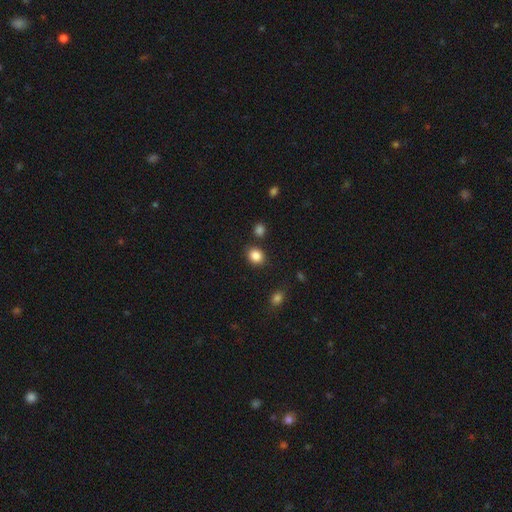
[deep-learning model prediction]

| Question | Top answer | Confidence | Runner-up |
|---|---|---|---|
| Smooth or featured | smooth | 86% | star or artifact (10%) |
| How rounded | round | 65% | in between (34%) |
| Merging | none | 81% | minor disturbance (10%) |